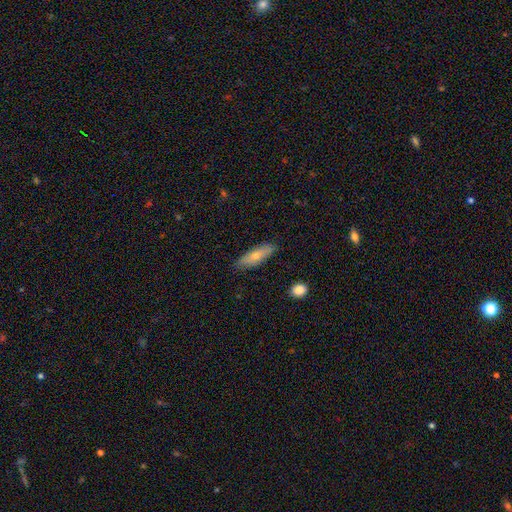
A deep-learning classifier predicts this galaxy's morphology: The model was most divided on "smooth or featured": smooth: 59%, featured or disk: 34%, star or artifact: 7%. More confident: merging — none (87%); how rounded — cigar-shaped (64%).